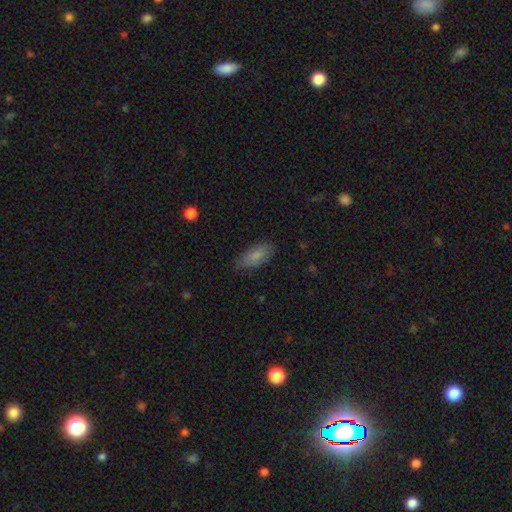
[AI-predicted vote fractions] Smooth or featured: smooth — 84% (featured or disk — 10%)
How rounded: in between — 84% (cigar-shaped — 14%)
Merging: none — 79% (minor disturbance — 16%)